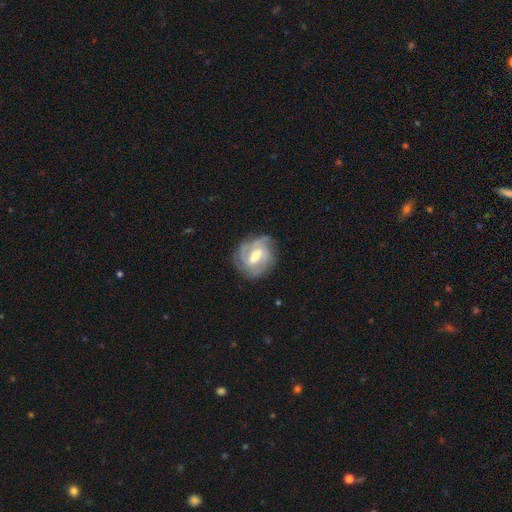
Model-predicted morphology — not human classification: Smooth or featured? Predicted: featured or disk (p=0.76). Edge-on disk? Predicted: no (p=0.96). Bar? Predicted: weak (p=0.52). Spiral arms? Predicted: yes (p=0.90). Spiral winding? Predicted: tight (p=0.50). Spiral arm count? Predicted: 2 (p=0.42). Bulge size? Predicted: moderate (p=0.63). Merging? Predicted: none (p=0.70).